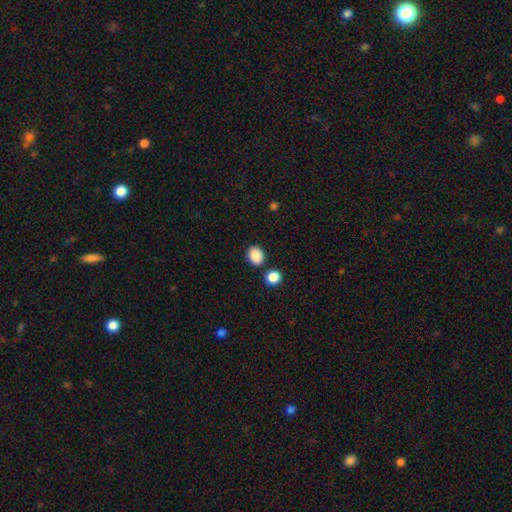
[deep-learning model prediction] This appears to be a smooth galaxy with no disk features (88%) that is round (50%). Merging: none (82%).